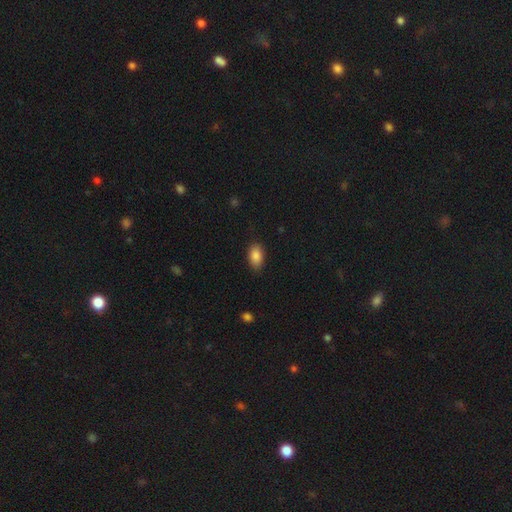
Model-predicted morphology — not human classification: This appears to be a smooth galaxy with no disk features (88%) that is in between round and cigar-shaped (91%). Merging: none (84%).